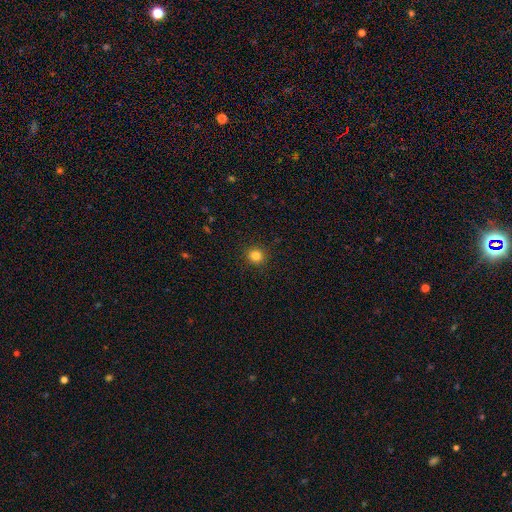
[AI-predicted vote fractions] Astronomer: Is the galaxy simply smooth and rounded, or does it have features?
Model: smooth — 84%.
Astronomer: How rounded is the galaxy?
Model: round — 91%.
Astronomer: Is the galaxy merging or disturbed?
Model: none — 92%.